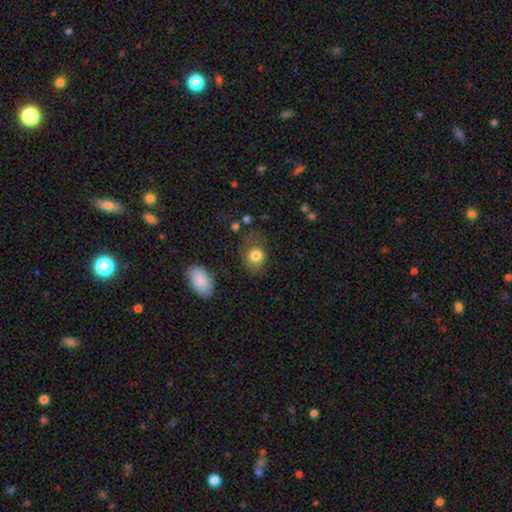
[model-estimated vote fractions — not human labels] Smooth or featured?
  - smooth: 82% *
  - featured or disk: 10%
  - star or artifact: 9%
How rounded?
  - round: 54% *
  - in between: 45%
  - cigar-shaped: 1%
Merging?
  - none: 61% *
  - minor disturbance: 23%
  - major disturbance: 13%
  - merger: 3%